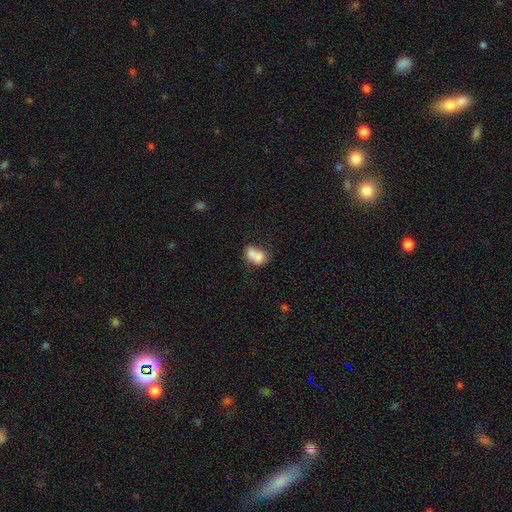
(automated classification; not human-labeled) A smooth galaxy with no disk features (70%) that is in between round and cigar-shaped (59%). Merging: merger (67%).